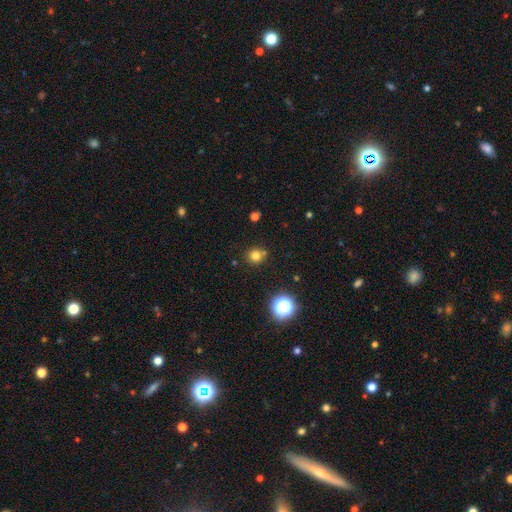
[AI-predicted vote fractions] Smooth or featured: smooth — 75% (star or artifact — 18%)
How rounded: round — 90% (in between — 9%)
Merging: none — 76% (merger — 11%)